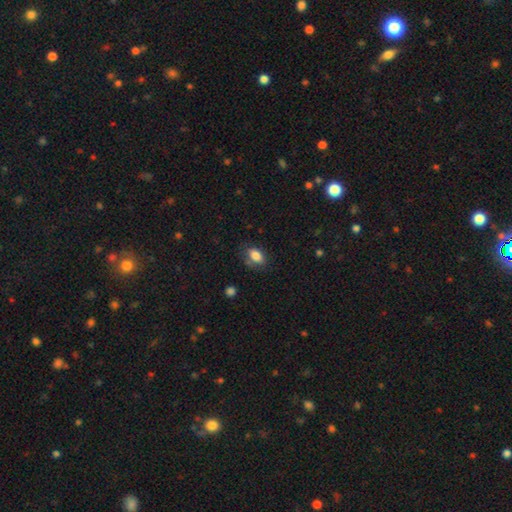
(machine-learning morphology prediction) The model was most divided on "merging": none: 68%, minor disturbance: 21%, major disturbance: 6%, merger: 4%. More confident: how rounded — in between (88%); smooth or featured — smooth (83%).